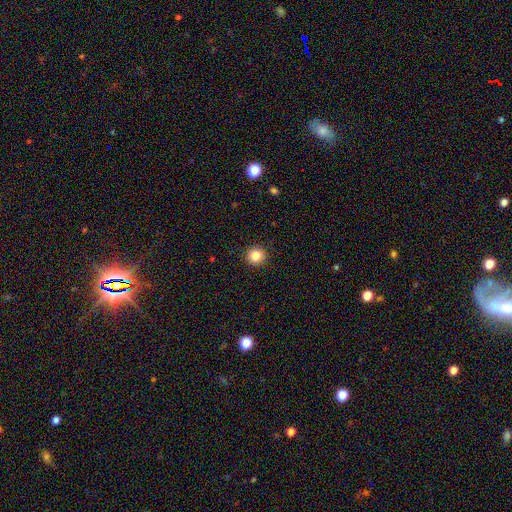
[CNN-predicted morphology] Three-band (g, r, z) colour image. It shows a smooth galaxy with no disk features (85%) that is round (94%). Merging: none (93%).